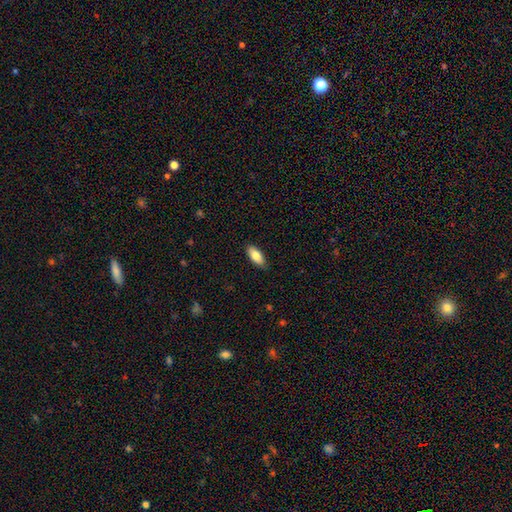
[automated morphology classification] A smooth galaxy with no disk features (80%) that is in between round and cigar-shaped (85%). Merging: none (87%).